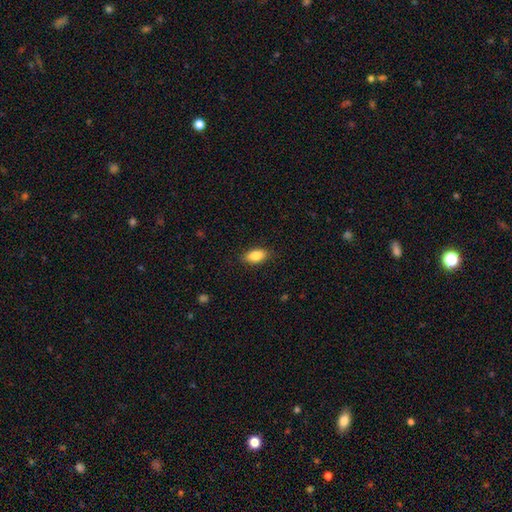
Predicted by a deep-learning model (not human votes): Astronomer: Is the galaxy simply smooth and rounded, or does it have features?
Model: smooth — 86%.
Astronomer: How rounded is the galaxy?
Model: in between — 90%.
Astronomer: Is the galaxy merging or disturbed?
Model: none — 87%.